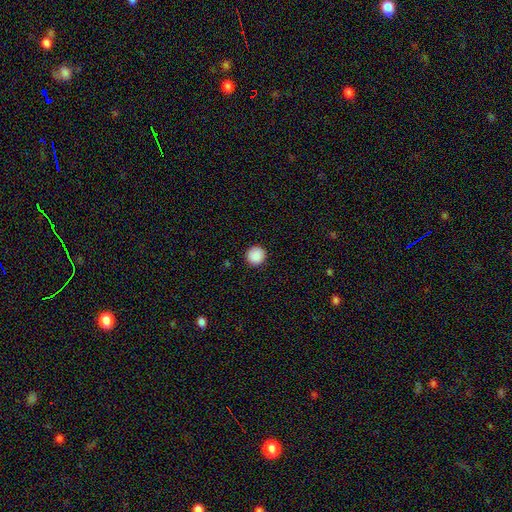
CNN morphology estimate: smooth-or-featured: smooth: 89% | star or artifact: 9% | featured or disk: 2%
  how-rounded: round: 95% | in between: 4% | cigar-shaped: 1%
  merging: none: 92% | minor disturbance: 5% | major disturbance: 2% | merger: 1%